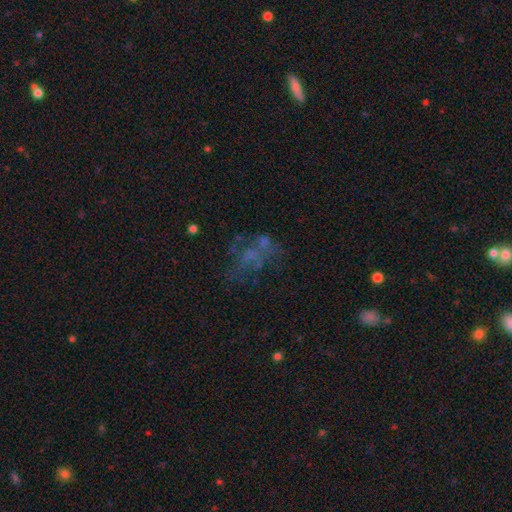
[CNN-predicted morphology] The model was most divided on "merging": none: 43%, major disturbance: 30%, minor disturbance: 16%, merger: 12%. Remaining: smooth or featured — featured or disk (45%).